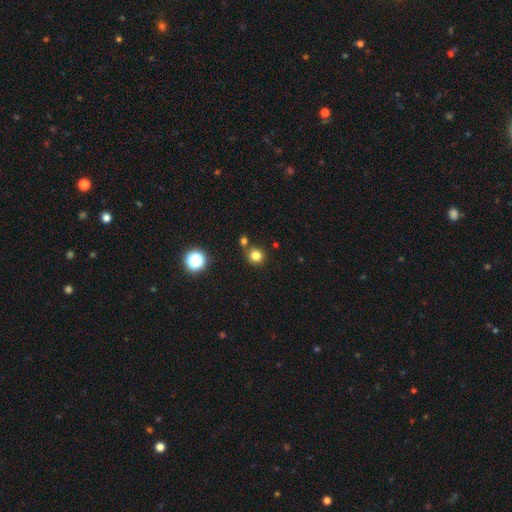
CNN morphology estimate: type=smooth (79%); roundness=round (91%); merging=none (78%).